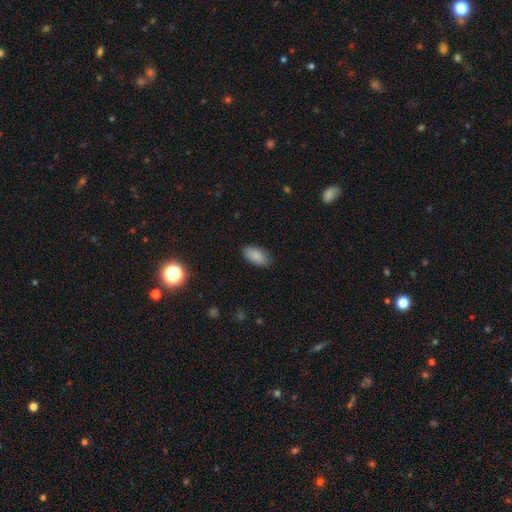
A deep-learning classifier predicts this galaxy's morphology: smooth_or_featured: smooth (p=0.87) [alt: star or artifact p=0.08]
how_rounded: in between (p=0.93) [alt: cigar-shaped p=0.04]
merging: none (p=0.85) [alt: minor disturbance p=0.12]